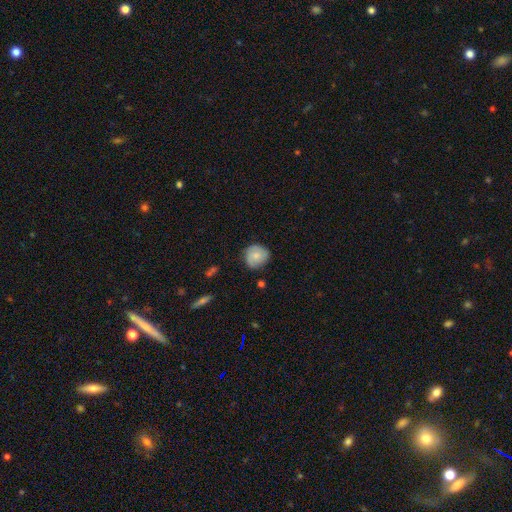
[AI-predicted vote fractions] Smooth or featured? smooth (69%)
How rounded? round (85%)
Merging? none (72%)